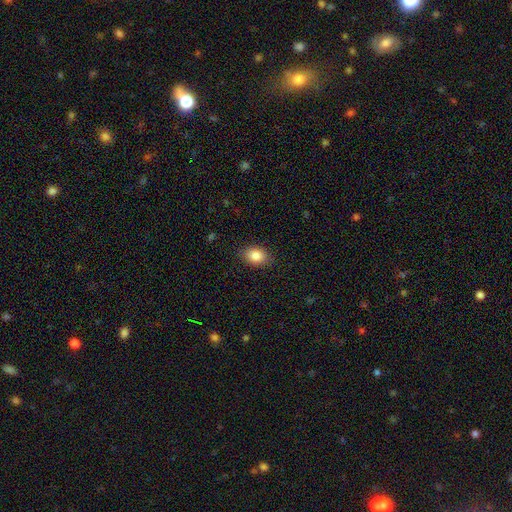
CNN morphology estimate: A smooth galaxy with no disk features (86%) that is in between round and cigar-shaped (76%).

Vote fractions:
- Smooth or featured? smooth: 86% / star or artifact: 8% / featured or disk: 6%
- How rounded? in between: 76% / round: 23% / cigar-shaped: 1%
- Merging? none: 87% / minor disturbance: 10% / major disturbance: 2% / merger: 1%